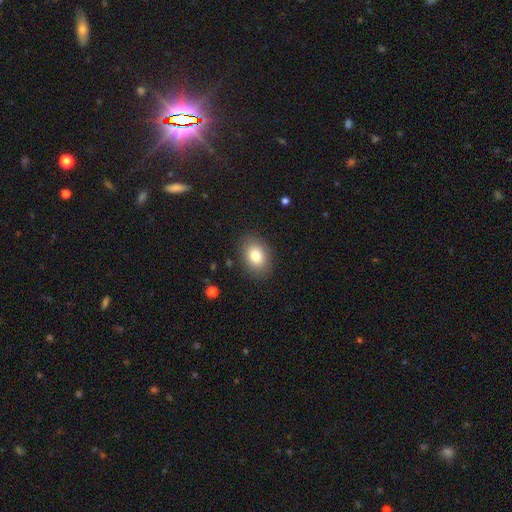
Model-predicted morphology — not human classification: Q: Smooth or featured?
A: smooth (81%); runner-up: featured or disk (10%)
Q: How rounded?
A: in between (73%); runner-up: round (26%)
Q: Merging?
A: none (86%); runner-up: minor disturbance (10%)